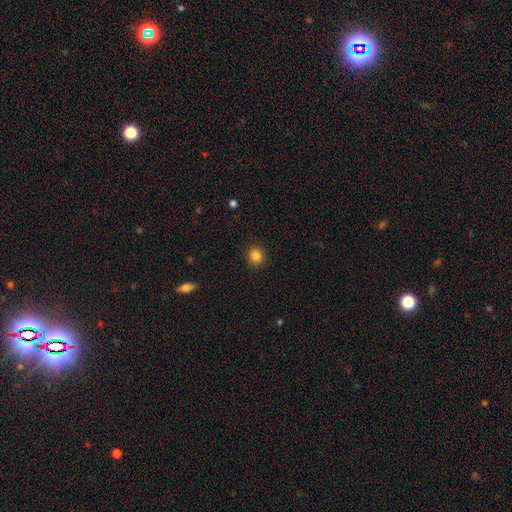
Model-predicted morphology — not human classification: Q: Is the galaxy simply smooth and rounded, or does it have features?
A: smooth — 84%.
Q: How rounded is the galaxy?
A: round — 87%.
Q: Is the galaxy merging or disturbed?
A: none — 91%.